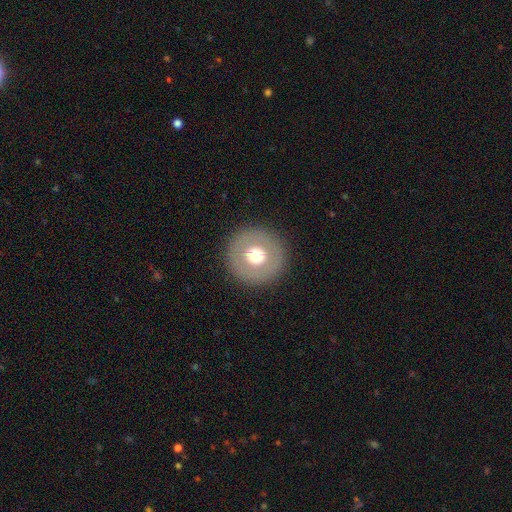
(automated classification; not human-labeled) smooth_or_featured: smooth (p=0.60) [alt: featured or disk p=0.31]
how_rounded: round (p=0.96) [alt: in between p=0.03]
merging: none (p=0.90) [alt: minor disturbance p=0.06]